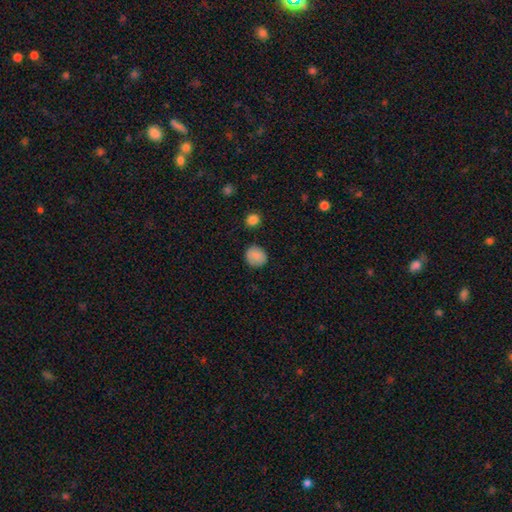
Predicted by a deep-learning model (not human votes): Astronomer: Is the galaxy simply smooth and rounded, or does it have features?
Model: smooth — 86%.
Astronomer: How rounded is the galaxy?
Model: round — 83%.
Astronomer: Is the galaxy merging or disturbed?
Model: none — 86%.